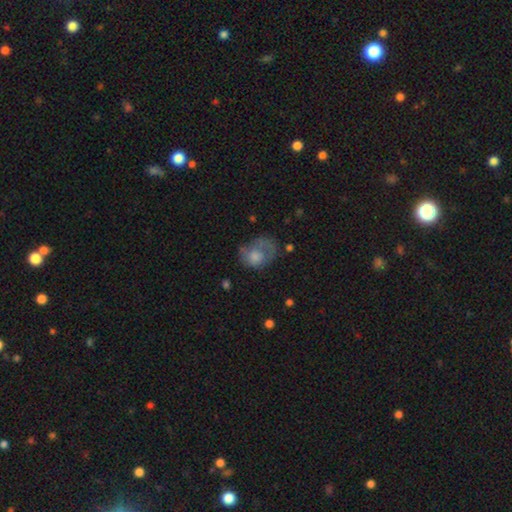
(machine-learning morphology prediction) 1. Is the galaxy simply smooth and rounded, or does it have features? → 61% smooth, 30% featured or disk, 9% star or artifact.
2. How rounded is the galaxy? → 55% in between, 43% round, 1% cigar-shaped.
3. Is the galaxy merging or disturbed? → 40% major disturbance, 30% none, 26% minor disturbance, 4% merger.